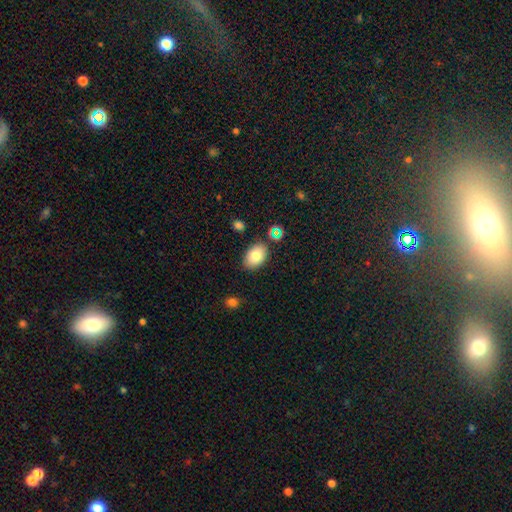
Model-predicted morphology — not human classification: smooth_or_featured: smooth (p=0.81) [alt: featured or disk p=0.11]
how_rounded: in between (p=0.86) [alt: round p=0.13]
merging: none (p=0.81) [alt: minor disturbance p=0.12]